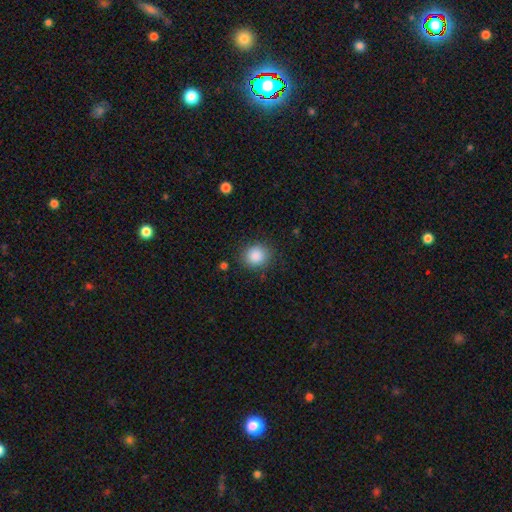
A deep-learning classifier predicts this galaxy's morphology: Smooth or featured: smooth — 88% (star or artifact — 9%)
How rounded: round — 82% (in between — 17%)
Merging: none — 86% (minor disturbance — 10%)